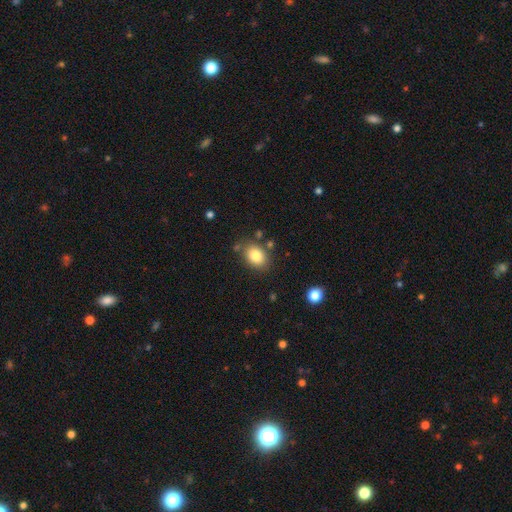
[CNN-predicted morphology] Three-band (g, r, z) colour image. It shows a smooth galaxy with no disk features (83%) that is in between round and cigar-shaped (70%). Merging: none (78%).